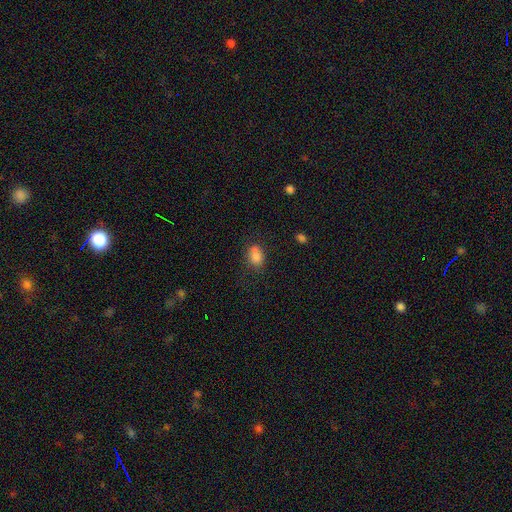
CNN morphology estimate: A smooth galaxy with no disk features (80%) that is in between round and cigar-shaped (67%). Merging: none (53%).